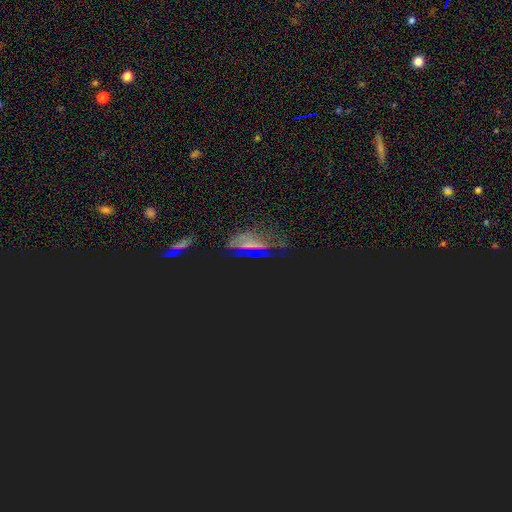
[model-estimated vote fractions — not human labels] smooth-or-featured: star or artifact: 59% | smooth: 23% | featured or disk: 18%